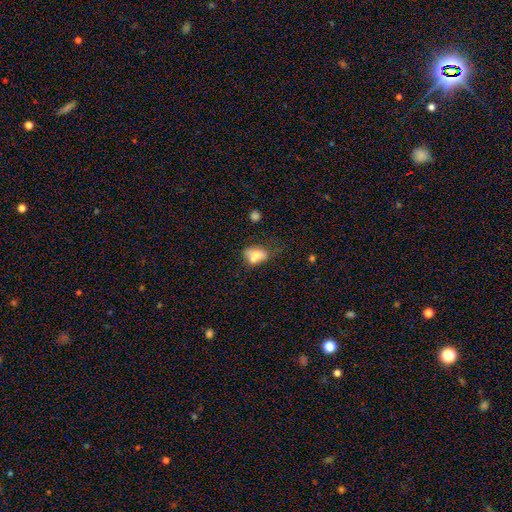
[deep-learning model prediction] Smooth or featured? Predicted: smooth (p=0.68). How rounded? Predicted: in between (p=0.77). Merging? Predicted: none (p=0.34).